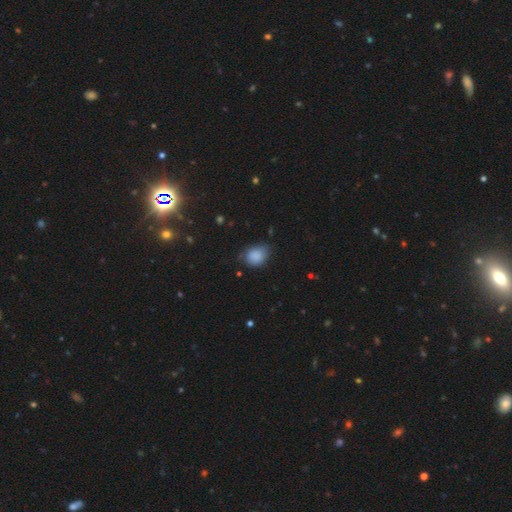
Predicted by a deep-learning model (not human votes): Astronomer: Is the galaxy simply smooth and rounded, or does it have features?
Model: smooth — 86%.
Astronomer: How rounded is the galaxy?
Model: in between — 56% (runner-up: round, 43%).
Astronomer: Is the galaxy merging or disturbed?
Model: none — 59%.